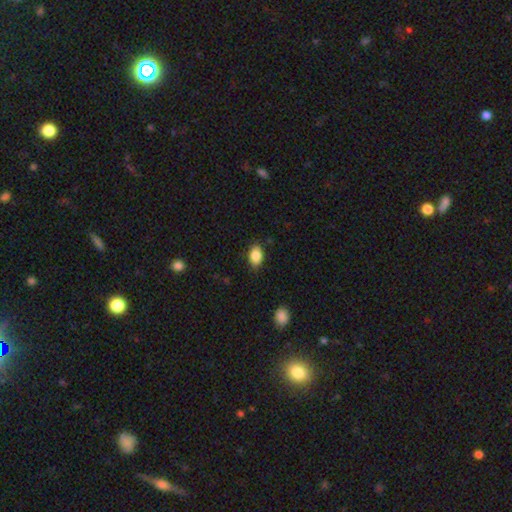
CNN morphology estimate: Smooth or featured?
  - smooth: 87% *
  - star or artifact: 8%
  - featured or disk: 5%
How rounded?
  - in between: 87% *
  - round: 11%
  - cigar-shaped: 2%
Merging?
  - none: 85% *
  - minor disturbance: 12%
  - major disturbance: 3%
  - merger: 1%